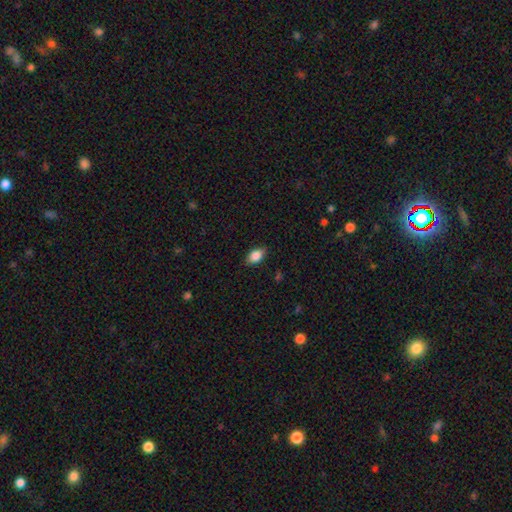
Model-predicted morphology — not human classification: Smooth or featured?
  - smooth: 84% *
  - star or artifact: 8%
  - featured or disk: 8%
How rounded?
  - in between: 87% *
  - round: 10%
  - cigar-shaped: 3%
Merging?
  - none: 84% *
  - minor disturbance: 12%
  - major disturbance: 2%
  - merger: 1%